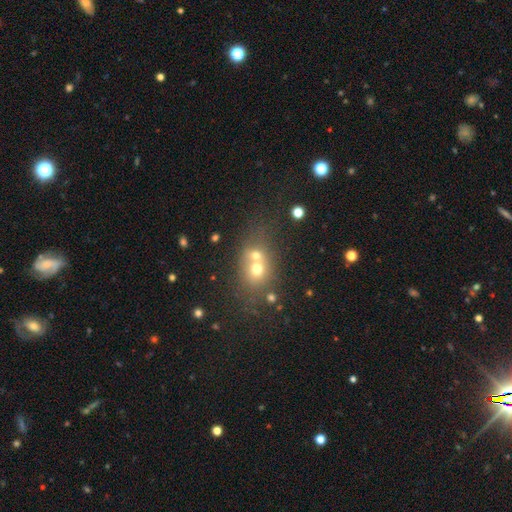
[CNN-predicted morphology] This is likely a smooth galaxy (63%). How rounded: likely round (62%). Merging: possibly merger (60%).